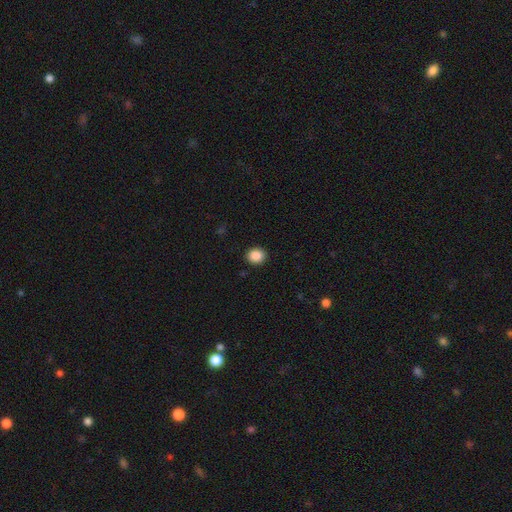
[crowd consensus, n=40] Overall: smooth (98%). How rounded: round (79%). Merging: none (92%).